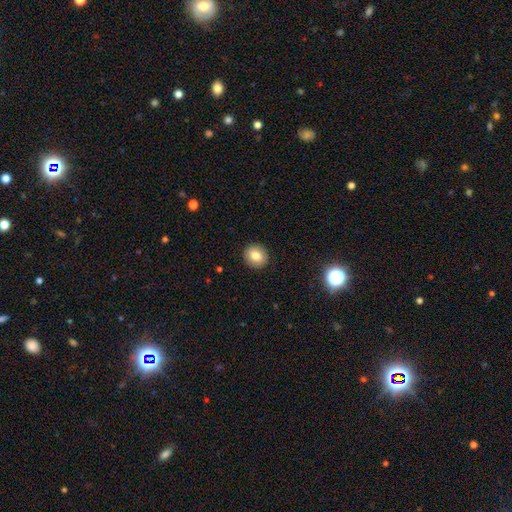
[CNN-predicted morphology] smooth-or-featured: smooth: 81% | featured or disk: 10% | star or artifact: 10%
  how-rounded: round: 83% | in between: 16% | cigar-shaped: 1%
  merging: none: 91% | minor disturbance: 6% | major disturbance: 2% | merger: 1%